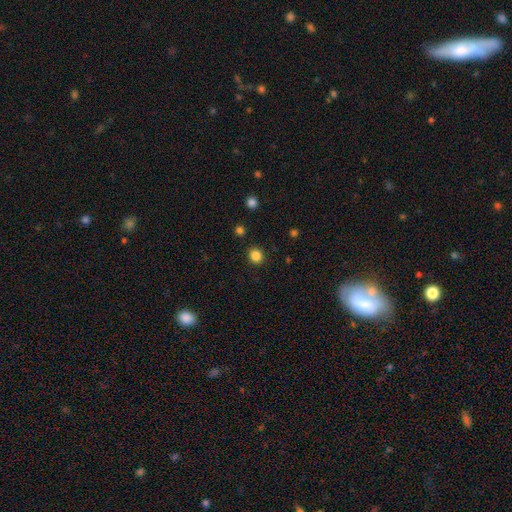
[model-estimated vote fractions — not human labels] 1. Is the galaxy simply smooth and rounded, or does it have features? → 85% smooth, 12% star or artifact, 3% featured or disk.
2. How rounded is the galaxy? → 87% round, 12% in between, 1% cigar-shaped.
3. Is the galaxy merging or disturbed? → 90% none, 6% minor disturbance, 2% major disturbance, 2% merger.